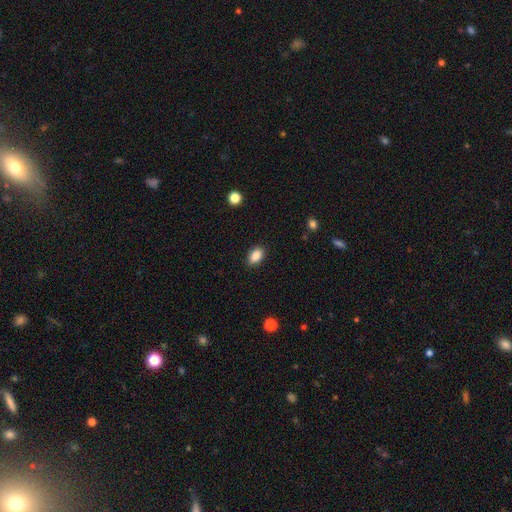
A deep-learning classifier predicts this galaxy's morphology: Smooth or featured?
  - smooth: 88% *
  - star or artifact: 8%
  - featured or disk: 4%
How rounded?
  - in between: 89% *
  - round: 10%
  - cigar-shaped: 2%
Merging?
  - none: 89% *
  - minor disturbance: 8%
  - major disturbance: 2%
  - merger: 1%